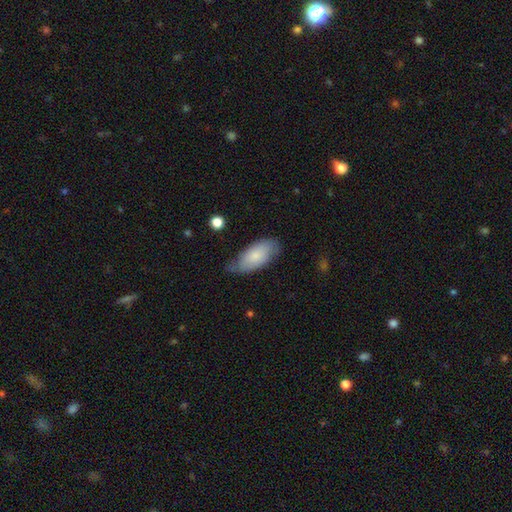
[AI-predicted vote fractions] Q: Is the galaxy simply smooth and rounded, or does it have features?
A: smooth — 76%.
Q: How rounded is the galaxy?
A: in between — 91%.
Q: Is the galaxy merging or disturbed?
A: none — 60%.